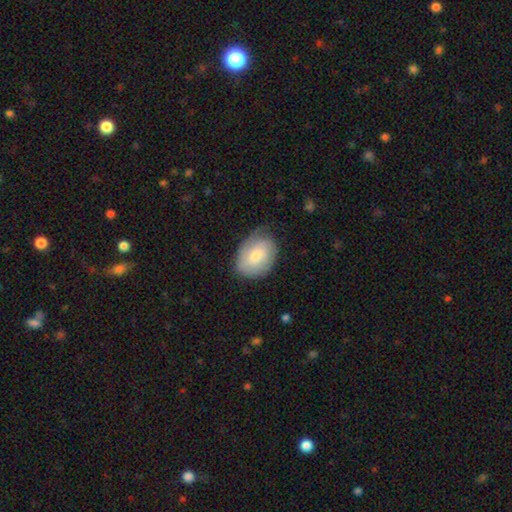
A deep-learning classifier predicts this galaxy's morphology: smooth-or-featured: smooth: 64% | featured or disk: 30% | star or artifact: 6%
  how-rounded: in between: 68% | round: 31% | cigar-shaped: 1%
  merging: none: 65% | minor disturbance: 27% | major disturbance: 7% | merger: 1%